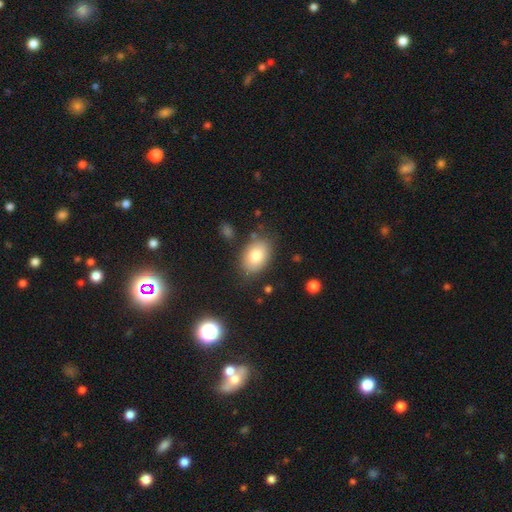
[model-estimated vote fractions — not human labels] Morphology: type=smooth (81%); roundness=in between (85%); merging=none (80%).